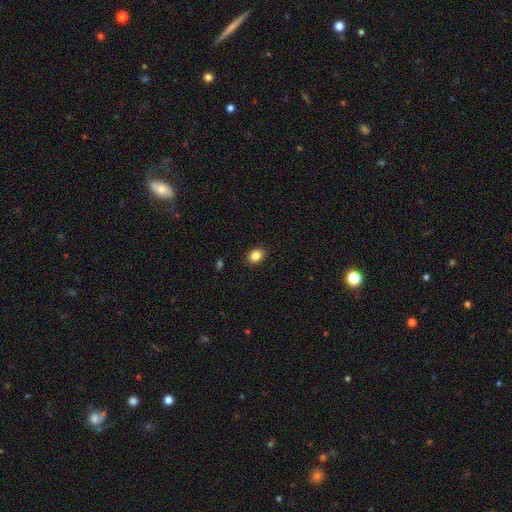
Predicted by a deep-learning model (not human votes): A smooth galaxy with no disk features (85%) that is in between round and cigar-shaped (53%). Merging: none (90%).